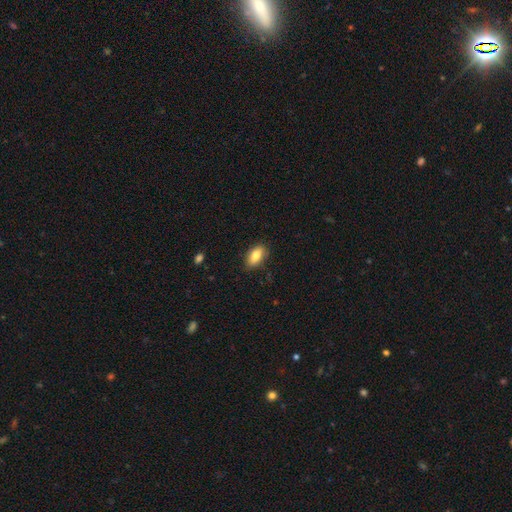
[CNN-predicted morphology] This is clearly a smooth galaxy (82%). How rounded: clearly in between (90%). Merging: clearly none (85%).